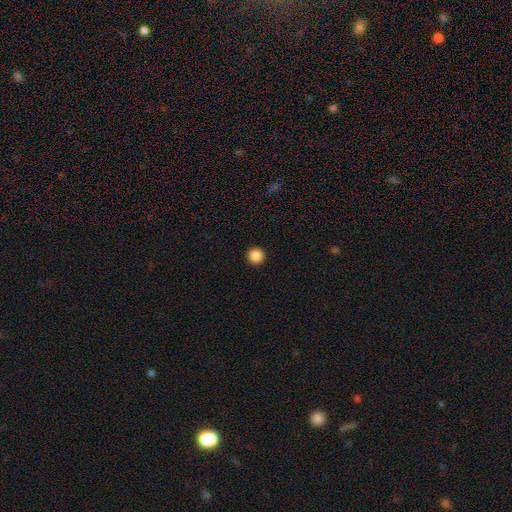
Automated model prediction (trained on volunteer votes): Overall: smooth (87%). How rounded: round (96%). Merging: none (94%).